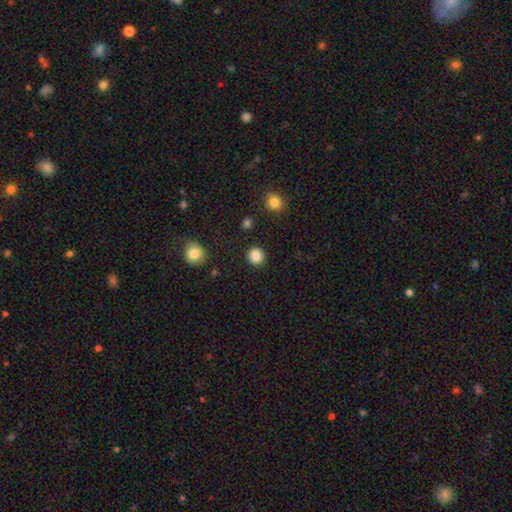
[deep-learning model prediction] Q: Smooth or featured?
A: smooth (87%); runner-up: star or artifact (10%)
Q: How rounded?
A: round (89%); runner-up: in between (10%)
Q: Merging?
A: none (90%); runner-up: minor disturbance (6%)